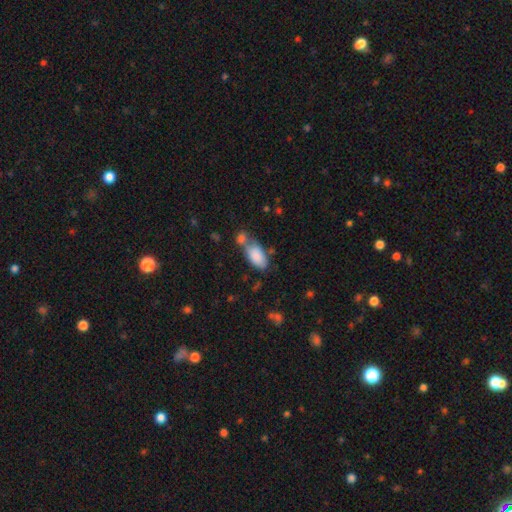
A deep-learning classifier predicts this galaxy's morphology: type=smooth (85%); roundness=in between (92%); merging=none (44%).